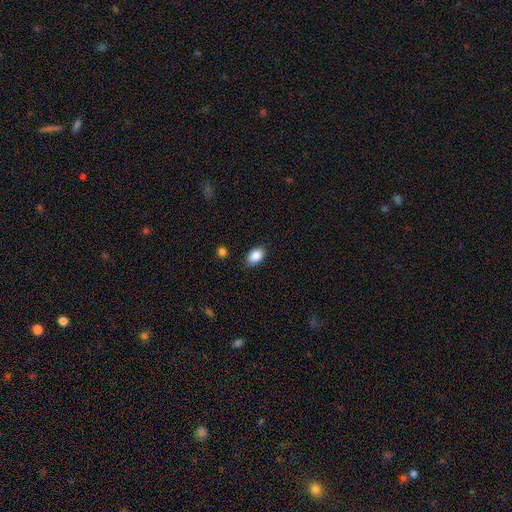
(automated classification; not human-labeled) Overall: smooth (89%). How rounded: in between (87%). Merging: none (86%).